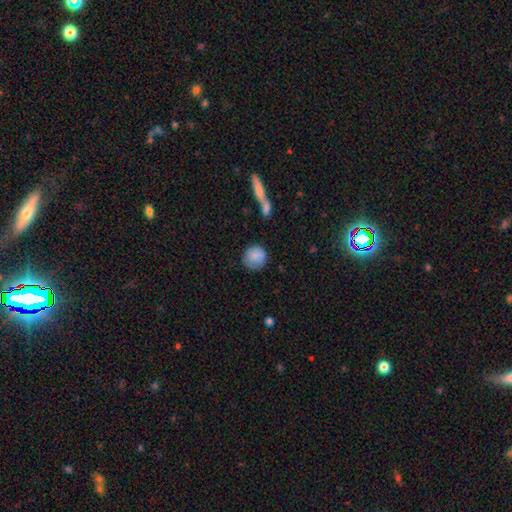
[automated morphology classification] smooth-or-featured: smooth: 84% | featured or disk: 9% | star or artifact: 7%
  how-rounded: round: 88% | in between: 10% | cigar-shaped: 1%
  merging: none: 73% | minor disturbance: 18% | major disturbance: 5% | merger: 5%